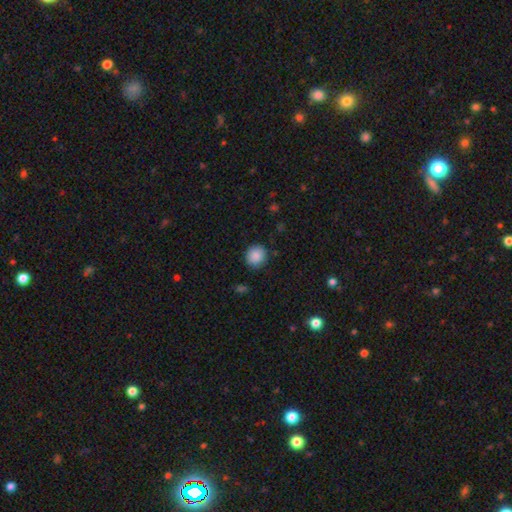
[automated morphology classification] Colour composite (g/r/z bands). It shows a smooth galaxy with no disk features (88%) that is round (86%). Merging: none (86%).